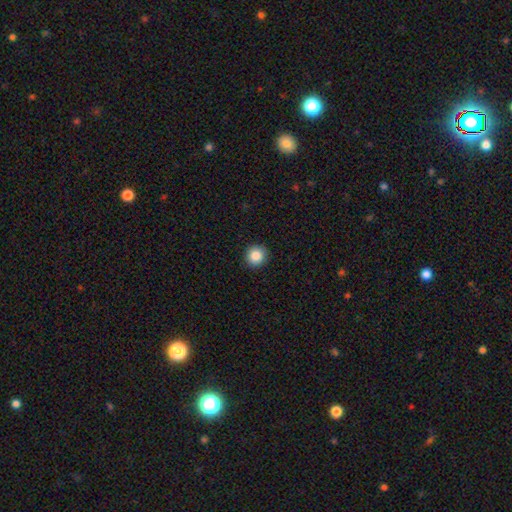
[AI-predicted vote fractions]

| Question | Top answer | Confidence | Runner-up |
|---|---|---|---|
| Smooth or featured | smooth | 86% | star or artifact (9%) |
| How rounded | round | 94% | in between (5%) |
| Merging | none | 92% | minor disturbance (5%) |